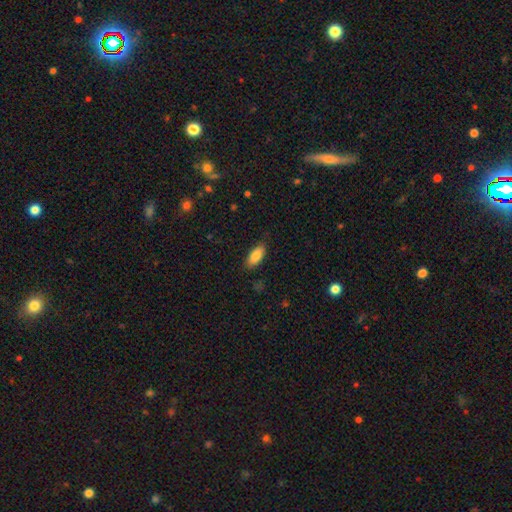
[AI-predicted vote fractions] smooth_or_featured: smooth (p=0.85) [alt: featured or disk p=0.08]
how_rounded: in between (p=0.82) [alt: cigar-shaped p=0.16]
merging: none (p=0.82) [alt: minor disturbance p=0.14]